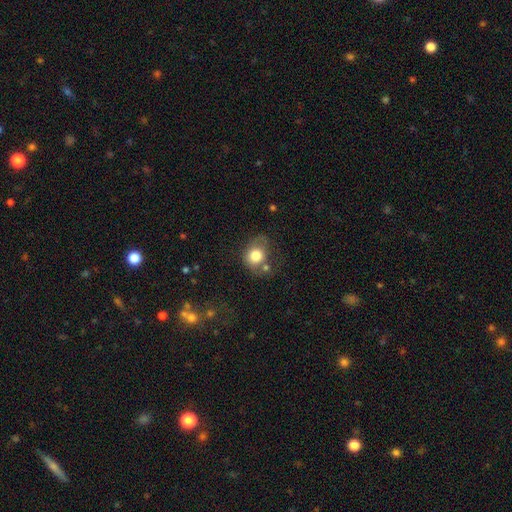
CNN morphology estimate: Smooth or featured?
  - smooth: 77% *
  - featured or disk: 14%
  - star or artifact: 9%
How rounded?
  - round: 68% *
  - in between: 31%
  - cigar-shaped: 1%
Merging?
  - none: 45% *
  - minor disturbance: 25%
  - major disturbance: 15%
  - merger: 15%